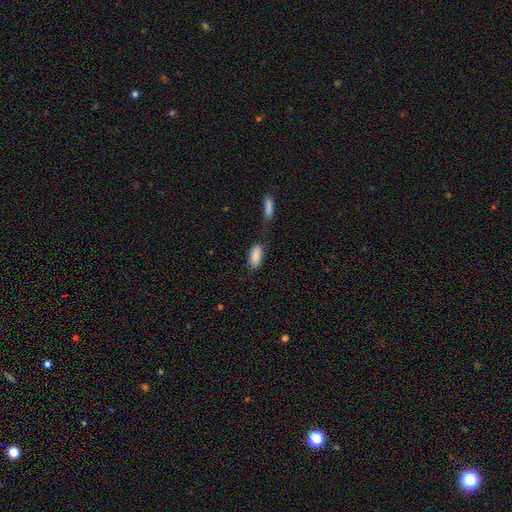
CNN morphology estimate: The model was most divided on "merging": none: 65%, minor disturbance: 16%, merger: 14%, major disturbance: 5%. More confident: smooth or featured — smooth (87%); how rounded — in between (83%).